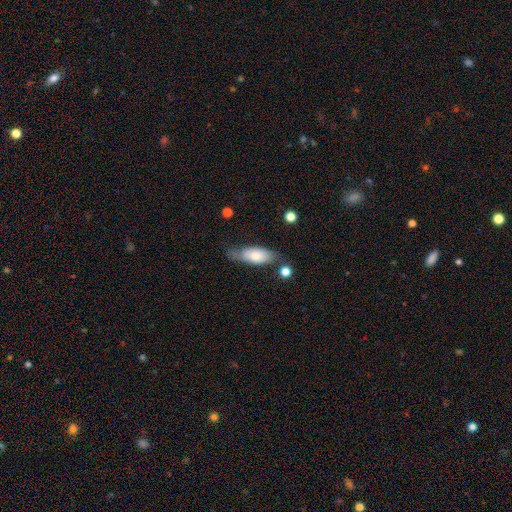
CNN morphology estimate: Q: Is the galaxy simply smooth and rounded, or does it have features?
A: smooth — 67%.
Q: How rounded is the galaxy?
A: in between — 76%.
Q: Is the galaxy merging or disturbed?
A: none — 58%.